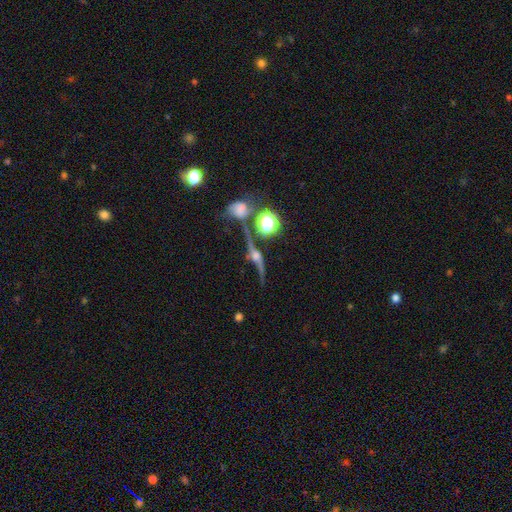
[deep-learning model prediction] This appears to be a featured or disk galaxy (79%) viewed edge-on (65%) with a rounded central bulge (92%). Merging: none (64%).